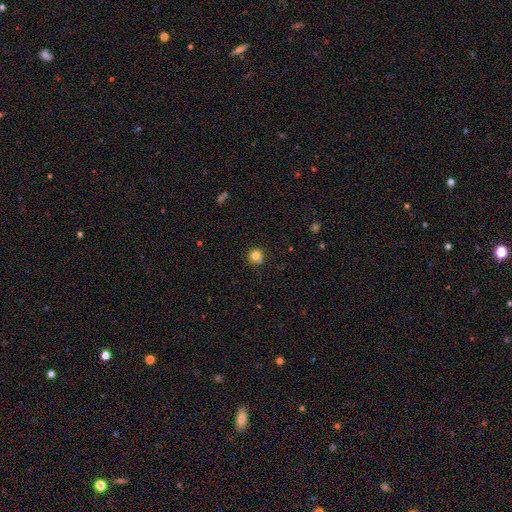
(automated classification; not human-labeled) A smooth galaxy with no disk features (81%) that is round (93%).

Vote fractions:
- Smooth or featured? smooth: 81% / star or artifact: 12% / featured or disk: 6%
- How rounded? round: 93% / in between: 6% / cigar-shaped: 1%
- Merging? none: 85% / minor disturbance: 11% / major disturbance: 2% / merger: 2%